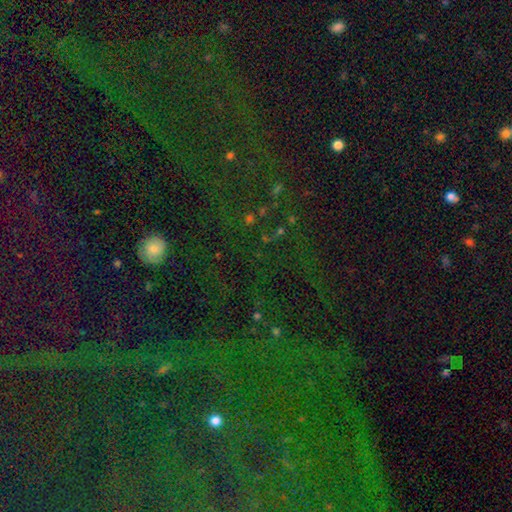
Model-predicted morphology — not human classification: star or artifact 80%, smooth 12%, featured or disk 8%.